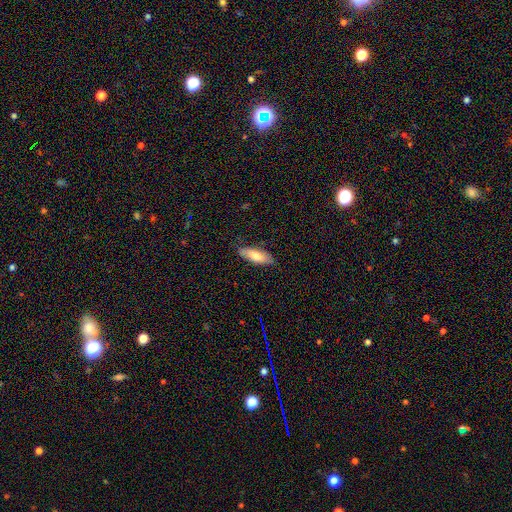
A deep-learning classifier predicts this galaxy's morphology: This is likely a smooth galaxy (75%). How rounded: possibly in between (58%). Merging: clearly none (81%).